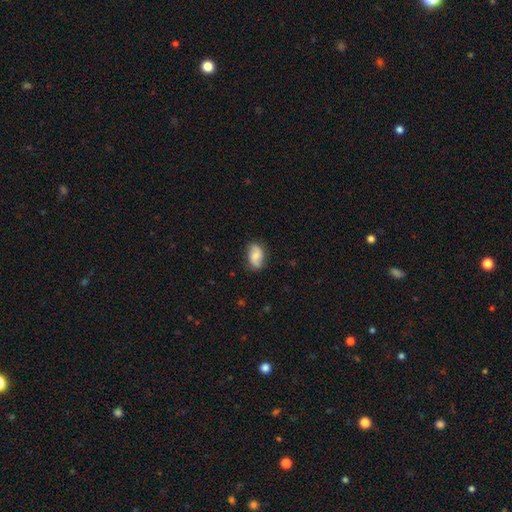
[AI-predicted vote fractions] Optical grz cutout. It shows a smooth galaxy with no disk features (57%) that is in between round and cigar-shaped (88%). Merging: none (77%).